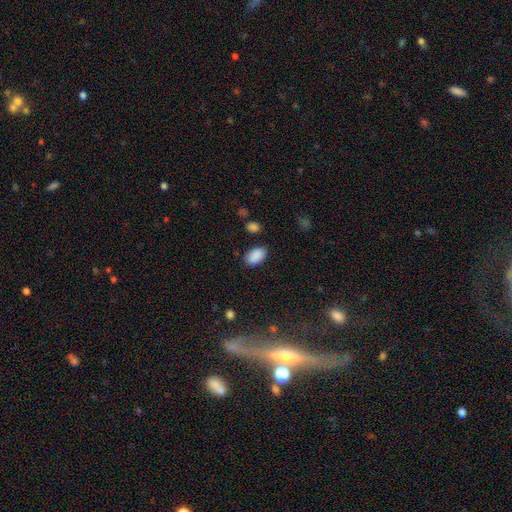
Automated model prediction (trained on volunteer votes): The model was most divided on "merging": none: 86%, minor disturbance: 9%, major disturbance: 3%, merger: 2%. More confident: how rounded — in between (93%); smooth or featured — smooth (90%).